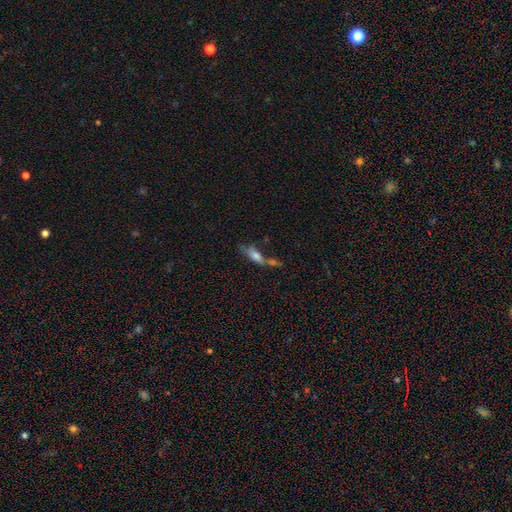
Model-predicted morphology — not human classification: This is likely a smooth galaxy (65%). How rounded: possibly in between (60%). Merging: possibly merger (49%).